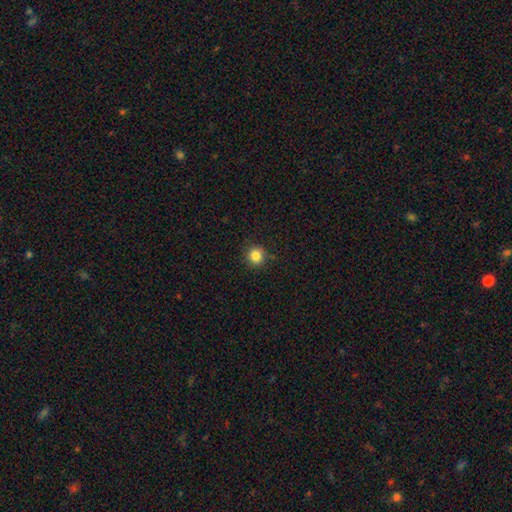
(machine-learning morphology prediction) A smooth galaxy with no disk features (83%) that is round (93%). Merging: none (89%).